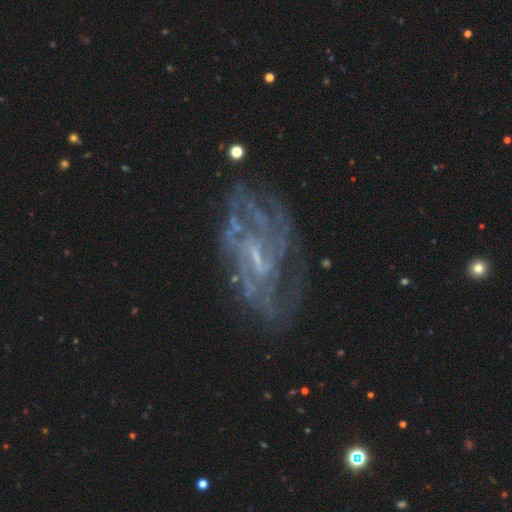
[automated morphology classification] Smooth or featured: featured or disk — 81% (star or artifact — 11%)
Edge-on disk: no — 95% (yes — 5%)
Bar: weak — 50% (no — 31%)
Spiral arms: yes — 85% (no — 15%)
Spiral winding: tight — 41% (medium — 40%)
Spiral arm count: can't tell — 45% (3 — 14%)
Bulge size: small — 52% (none — 30%)
Merging: none — 64% (minor disturbance — 18%)